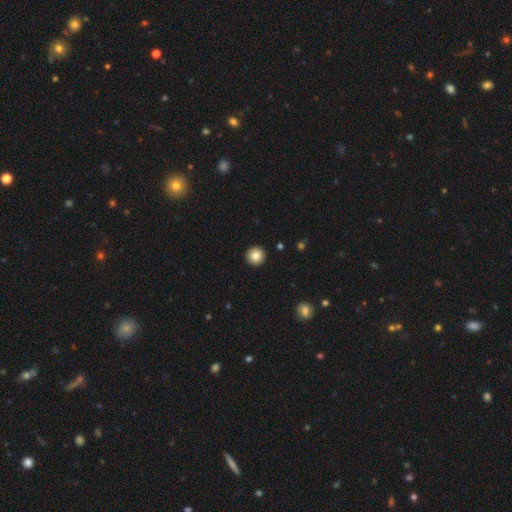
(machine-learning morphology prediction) Smooth or featured? smooth (84%)
How rounded? round (95%)
Merging? none (94%)